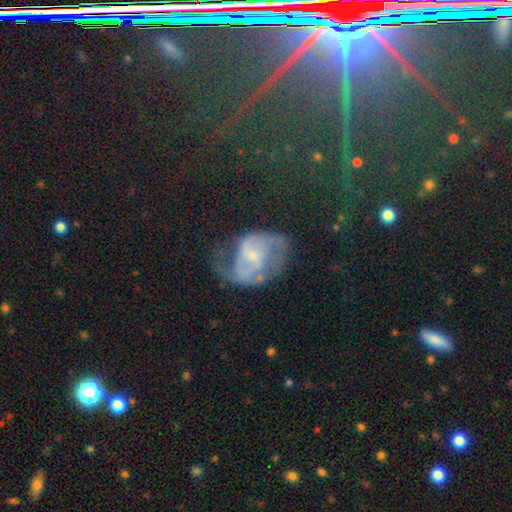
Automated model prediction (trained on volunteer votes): Overall: featured or disk (72%). Edge-on disk: no (97%). Bar: no (53%; weak 35%). Spiral arms: yes (85%). Spiral arm count: 2 (64%). Spiral winding: medium (45%; loose 29%). Bulge size: small (72%). Merging: none (48%; major disturbance 25%).